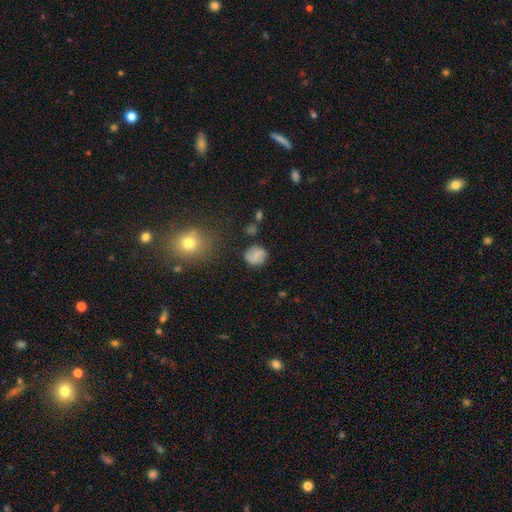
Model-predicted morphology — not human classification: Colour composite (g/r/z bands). It shows a smooth galaxy with no disk features (68%) that is round (77%). Merging: none (76%).